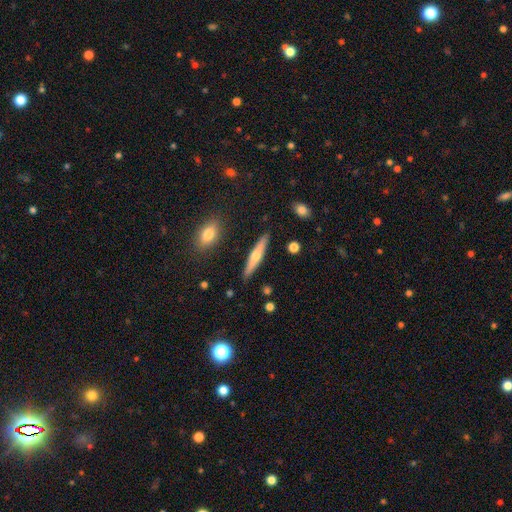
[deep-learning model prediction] Smooth or featured?
  - featured or disk: 51% *
  - smooth: 42%
  - star or artifact: 7%
Edge-on disk?
  - yes: 95% *
  - no: 5%
Merging?
  - none: 88% *
  - minor disturbance: 8%
  - merger: 2%
  - major disturbance: 2%